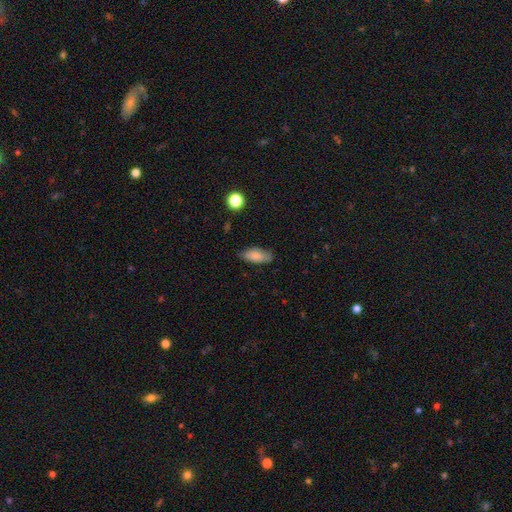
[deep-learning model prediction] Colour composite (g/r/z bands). It shows a smooth galaxy with no disk features (79%) that is in between round and cigar-shaped (84%). Merging: none (73%).